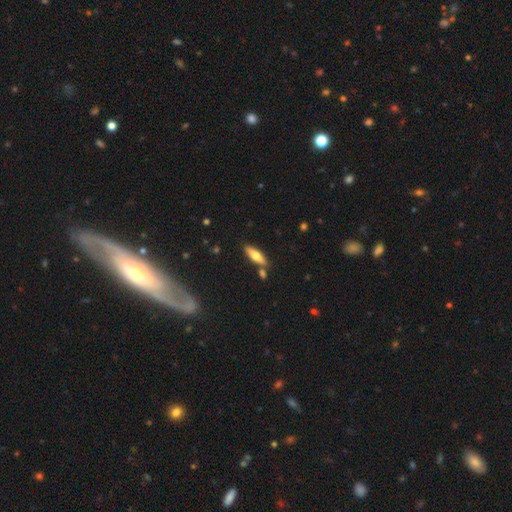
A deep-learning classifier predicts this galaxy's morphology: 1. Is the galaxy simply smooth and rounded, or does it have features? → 58% smooth, 36% featured or disk, 6% star or artifact.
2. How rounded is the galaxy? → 58% cigar-shaped, 40% in between, 2% round.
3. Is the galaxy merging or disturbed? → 79% none, 10% minor disturbance, 9% merger, 2% major disturbance.